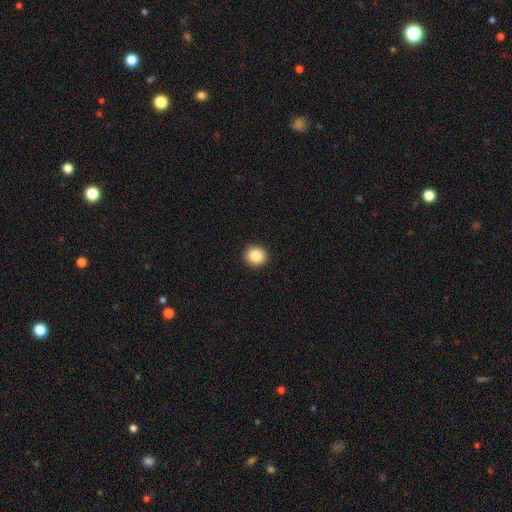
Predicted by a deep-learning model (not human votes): The model was most divided on "how rounded": round: 85%, in between: 14%, cigar-shaped: 1%. More confident: merging — none (92%); smooth or featured — smooth (86%).